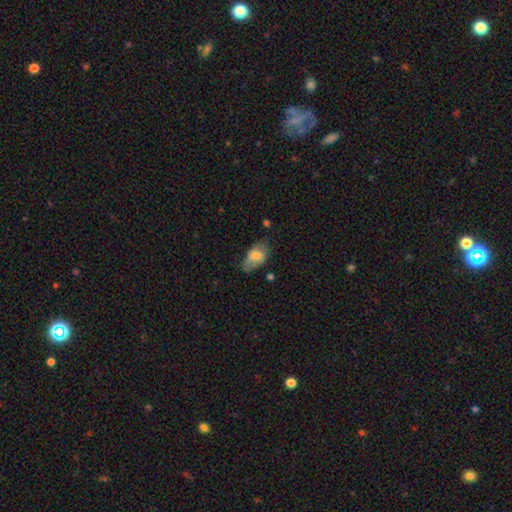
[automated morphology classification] smooth-or-featured: smooth: 68% | featured or disk: 24% | star or artifact: 7%
  how-rounded: in between: 91% | round: 6% | cigar-shaped: 3%
  merging: none: 59% | minor disturbance: 29% | major disturbance: 9% | merger: 3%